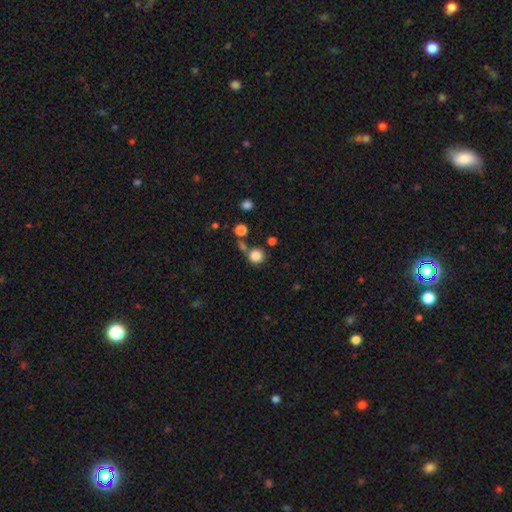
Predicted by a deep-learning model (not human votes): smooth-or-featured: smooth: 84% | star or artifact: 11% | featured or disk: 5%
  how-rounded: round: 92% | in between: 7% | cigar-shaped: 1%
  merging: none: 70% | merger: 16% | minor disturbance: 10% | major disturbance: 4%